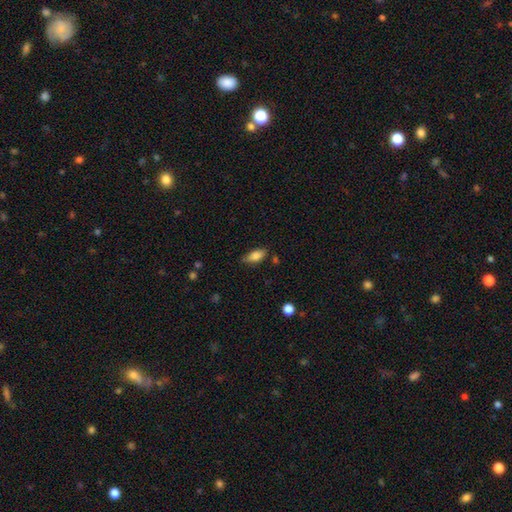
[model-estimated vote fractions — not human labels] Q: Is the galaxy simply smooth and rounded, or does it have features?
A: smooth — 81%.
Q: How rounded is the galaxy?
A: in between — 85%.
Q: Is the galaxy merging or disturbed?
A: none — 76%.